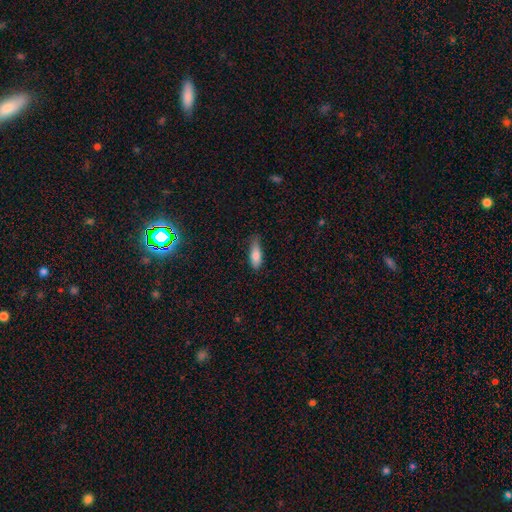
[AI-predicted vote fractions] The model was most divided on "how rounded": in between: 57%, cigar-shaped: 41%, round: 2%. More confident: smooth or featured — smooth (79%); merging — none (70%).